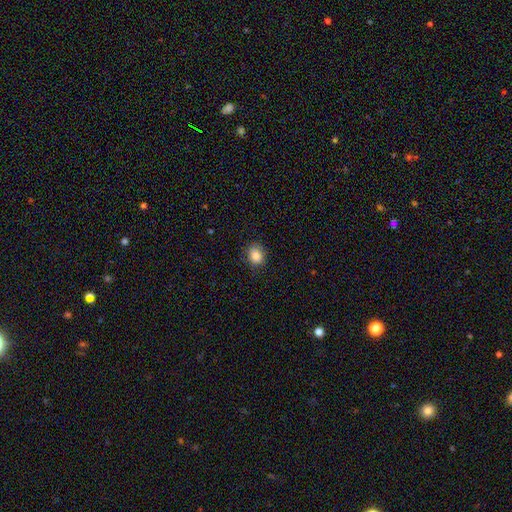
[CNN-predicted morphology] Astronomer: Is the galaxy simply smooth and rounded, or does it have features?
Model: smooth — 86%.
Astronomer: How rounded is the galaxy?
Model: round — 53% (runner-up: in between, 46%).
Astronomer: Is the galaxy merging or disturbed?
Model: none — 82%.